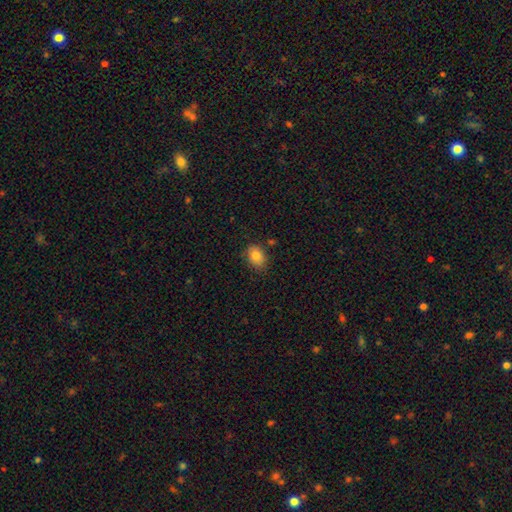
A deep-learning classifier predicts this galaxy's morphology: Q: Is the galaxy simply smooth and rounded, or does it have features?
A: smooth — 84%.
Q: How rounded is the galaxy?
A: in between — 70%.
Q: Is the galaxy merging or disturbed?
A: none — 78%.